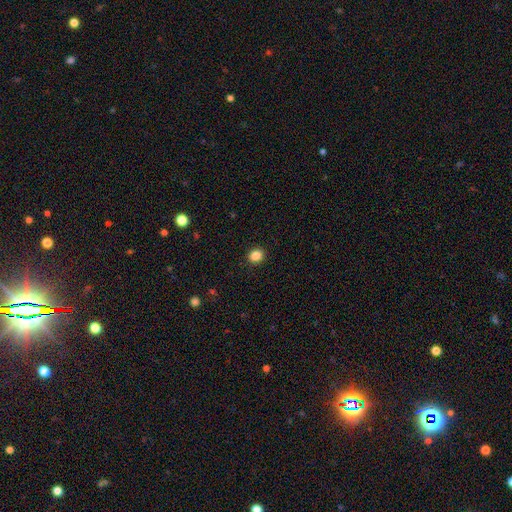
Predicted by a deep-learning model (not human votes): This is clearly a smooth galaxy (86%). How rounded: likely round (75%). Merging: clearly none (92%).